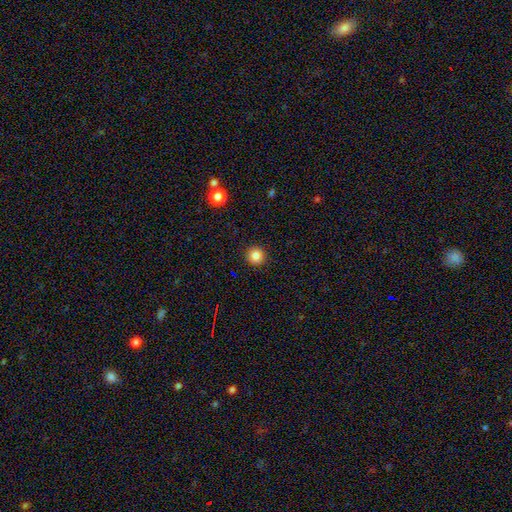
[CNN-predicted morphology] smooth 84%, star or artifact 11%, featured or disk 5%. Down the decision tree: how rounded — round (95%); merging — none (93%).